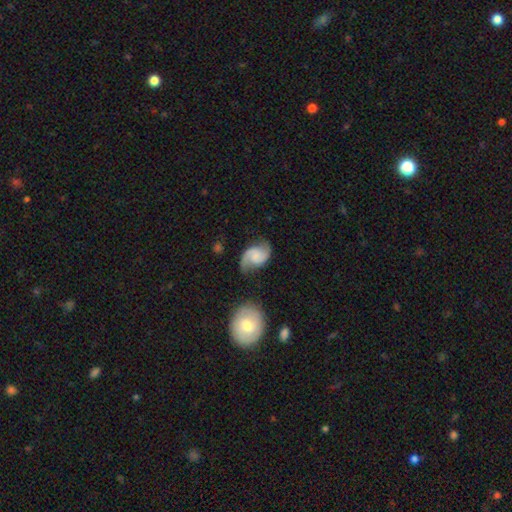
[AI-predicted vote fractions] This is likely a featured or disk galaxy (79%). It is clearly not viewed edge-on (98%). Bar: possibly no (58%). Spiral arm pattern: clearly yes (96%). Spiral arm count: clearly 2 (91%). Spiral winding: possibly medium (45%). Central bulge: marginally small (38%). Merging: likely none (67%).